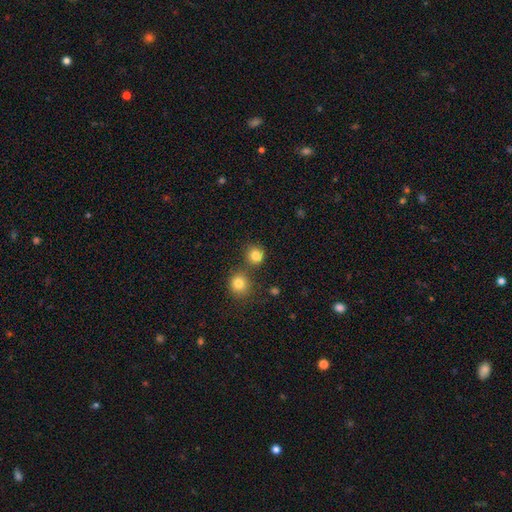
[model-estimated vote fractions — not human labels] Overall: smooth (82%). How rounded: round (90%). Merging: none (73%).